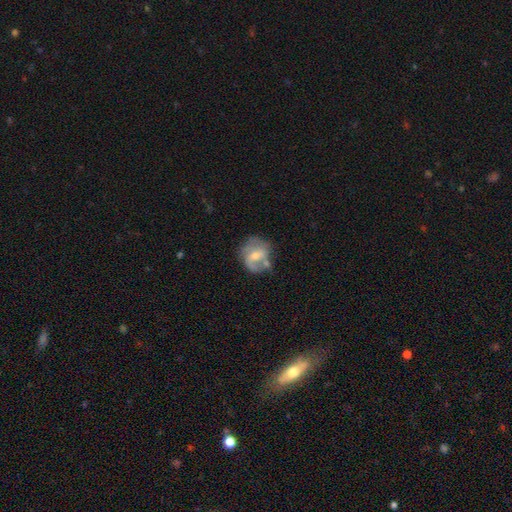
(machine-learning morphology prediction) The model was most divided on "bar": weak: 47%, no: 41%, strong: 12%. Remaining: edge-on disk — no (97%); spiral arms — yes (77%); smooth or featured — featured or disk (63%); bulge size — moderate (56%); merging — none (48%).